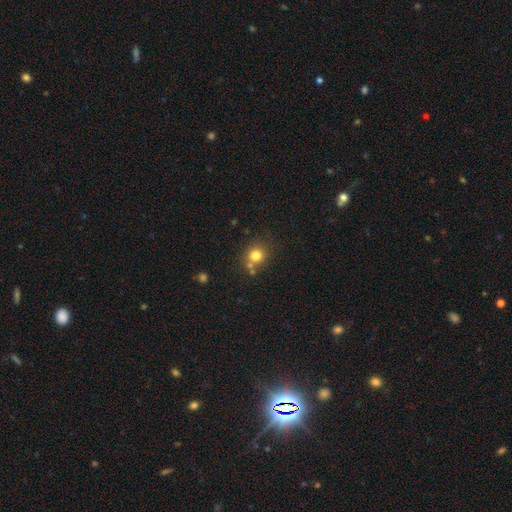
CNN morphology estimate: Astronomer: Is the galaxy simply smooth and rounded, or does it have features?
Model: smooth — 79%.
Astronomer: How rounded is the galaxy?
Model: round — 85%.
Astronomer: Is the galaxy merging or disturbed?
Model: none — 67%.